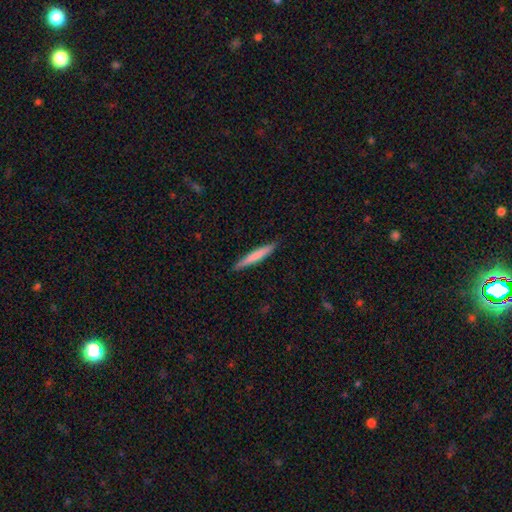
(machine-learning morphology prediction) smooth_or_featured: smooth (p=0.68) [alt: featured or disk p=0.27]
how_rounded: cigar-shaped (p=0.95) [alt: in between p=0.03]
merging: none (p=0.90) [alt: minor disturbance p=0.08]